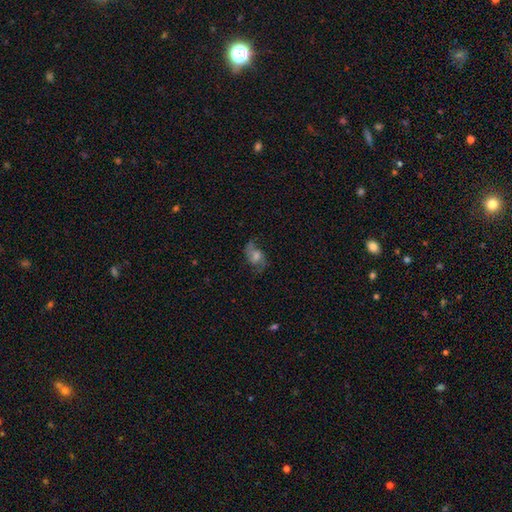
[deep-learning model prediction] Morphology: type=featured or disk (64%); edge-on=no (95%); bar=no (52%); spiral arms=yes (89%); winding=loose (56%); arm count=2 (85%); bulge=moderate (48%); merging=none (66%).